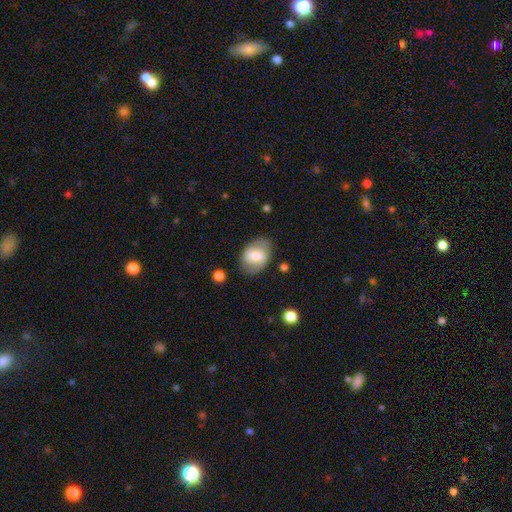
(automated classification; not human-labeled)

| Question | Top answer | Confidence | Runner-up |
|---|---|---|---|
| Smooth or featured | smooth | 57% | featured or disk (36%) |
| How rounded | in between | 74% | round (25%) |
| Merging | none | 75% | minor disturbance (17%) |